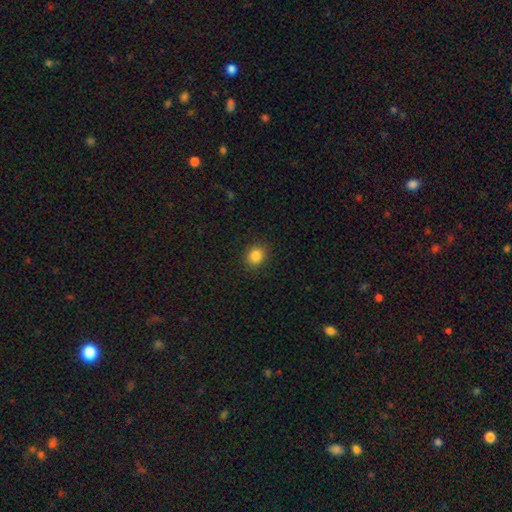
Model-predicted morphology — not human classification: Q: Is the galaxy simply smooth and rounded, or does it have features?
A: smooth — 85%.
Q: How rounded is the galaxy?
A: round — 70%.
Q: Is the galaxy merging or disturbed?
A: none — 89%.